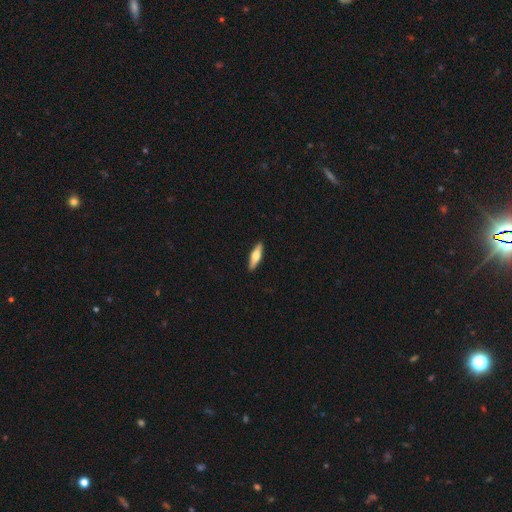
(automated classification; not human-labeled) Morphology: type=smooth (54%); roundness=cigar-shaped (62%); merging=none (91%).